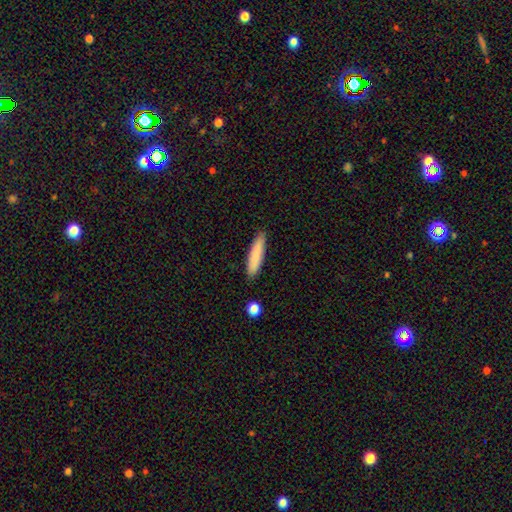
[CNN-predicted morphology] A smooth galaxy with no disk features (85%) that is cigar-shaped (81%). Merging: none (87%).